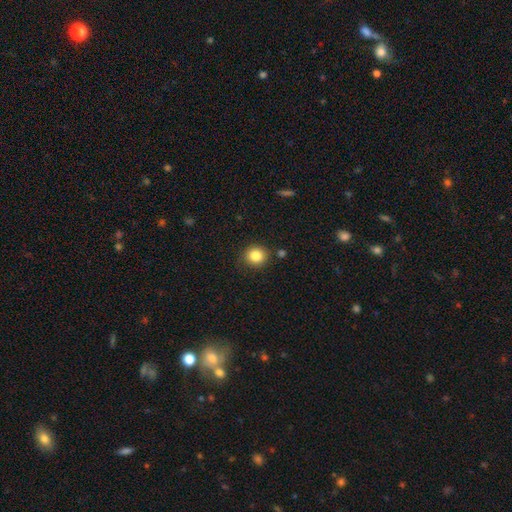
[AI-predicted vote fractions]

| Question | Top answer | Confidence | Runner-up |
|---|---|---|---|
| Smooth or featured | smooth | 83% | star or artifact (11%) |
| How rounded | round | 88% | in between (11%) |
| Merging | none | 86% | minor disturbance (9%) |